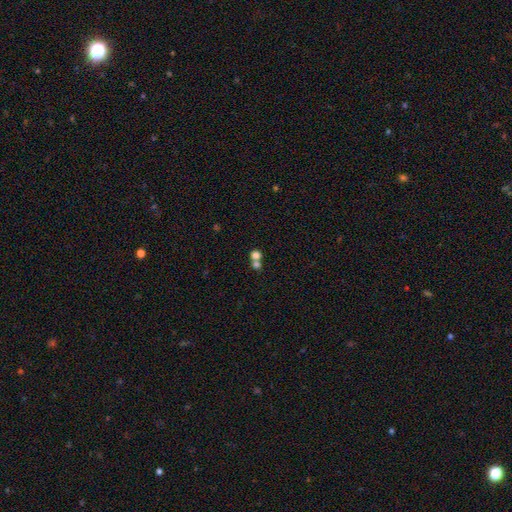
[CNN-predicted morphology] type=smooth (75%); roundness=round (80%); merging=merger (52%).